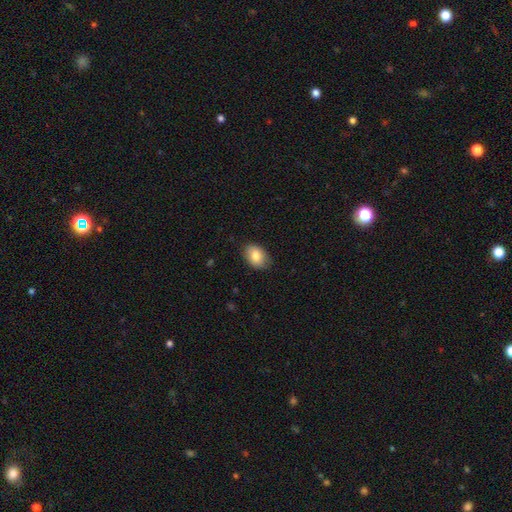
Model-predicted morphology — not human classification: smooth_or_featured: smooth (p=0.83) [alt: featured or disk p=0.10]
how_rounded: in between (p=0.83) [alt: round p=0.16]
merging: none (p=0.84) [alt: minor disturbance p=0.13]